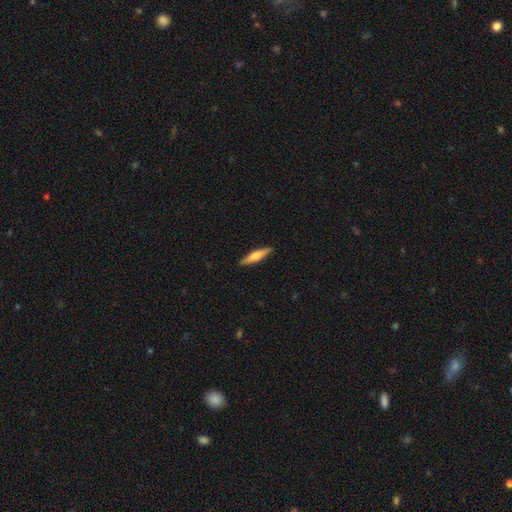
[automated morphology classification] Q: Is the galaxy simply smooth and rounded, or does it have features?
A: smooth — 49%.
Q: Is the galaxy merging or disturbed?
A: none — 91%.